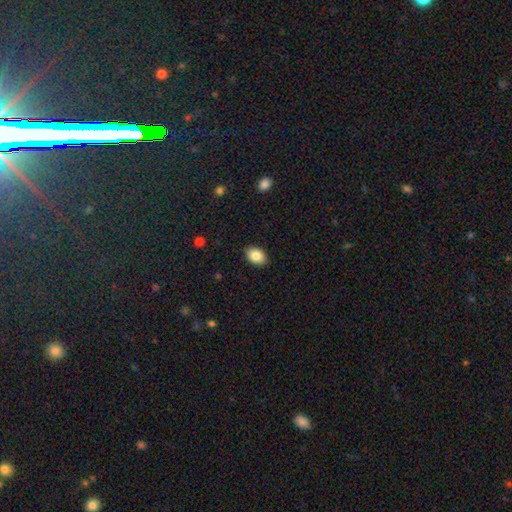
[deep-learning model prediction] smooth_or_featured: smooth (p=0.86) [alt: star or artifact p=0.08]
how_rounded: in between (p=0.82) [alt: round p=0.17]
merging: none (p=0.88) [alt: minor disturbance p=0.09]